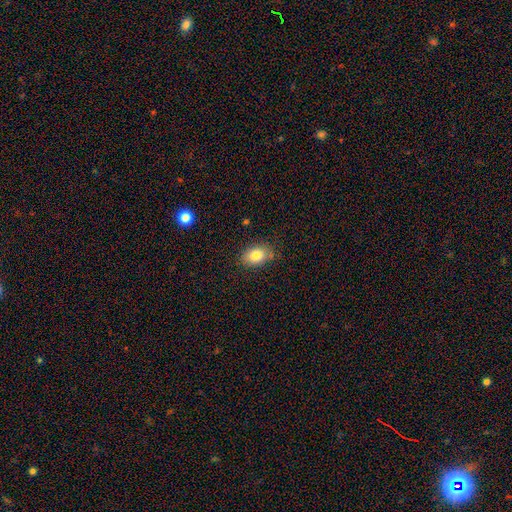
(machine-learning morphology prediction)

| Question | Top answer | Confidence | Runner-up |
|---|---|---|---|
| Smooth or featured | smooth | 82% | featured or disk (9%) |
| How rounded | in between | 80% | round (19%) |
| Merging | none | 81% | minor disturbance (14%) |